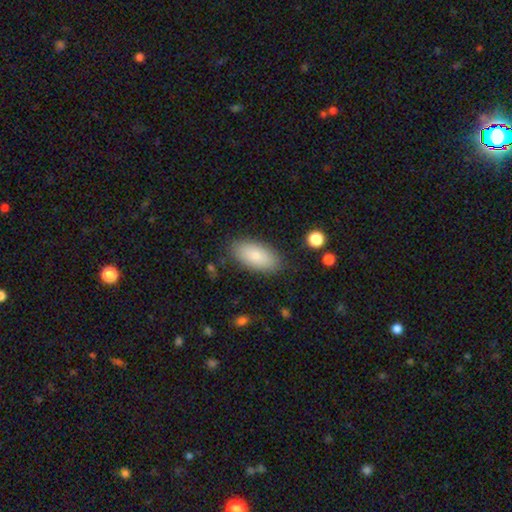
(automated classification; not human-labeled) smooth 84%, featured or disk 10%, star or artifact 6%. Down the decision tree: how rounded — in between (91%); merging — none (85%).